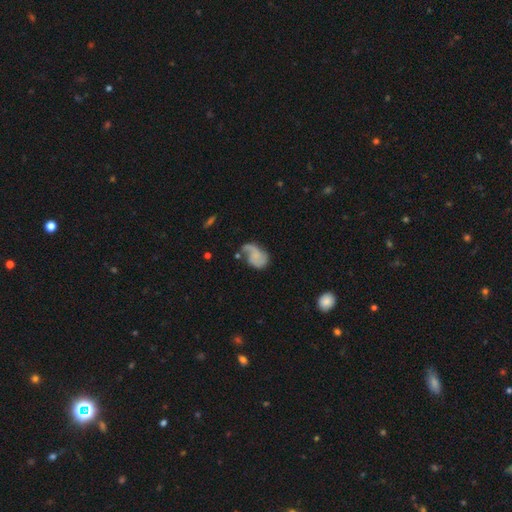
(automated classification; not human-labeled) The model was most divided on "merging": none: 43%, minor disturbance: 28%, major disturbance: 22%, merger: 7%. More confident: edge-on disk — no (98%); spiral arms — yes (90%); spiral arm count — 2 (73%); bar — no (68%); smooth or featured — featured or disk (65%); bulge size — none (61%); spiral winding — loose (51%).